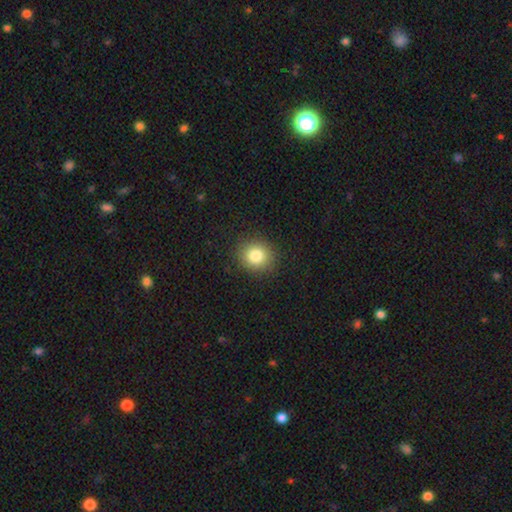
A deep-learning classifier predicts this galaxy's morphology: Smooth or featured? Predicted: smooth (p=0.83). How rounded? Predicted: round (p=0.83). Merging? Predicted: none (p=0.90).